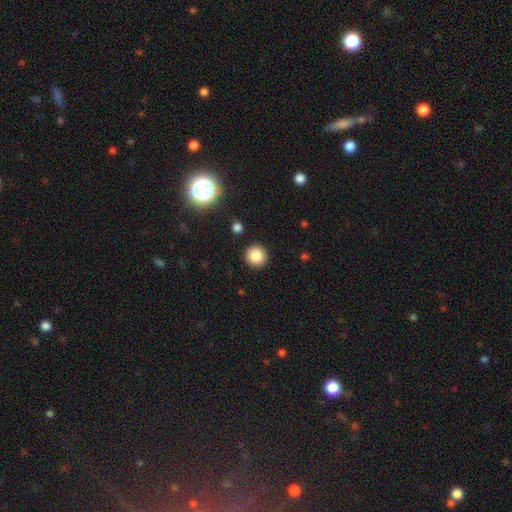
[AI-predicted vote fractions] This is clearly a smooth galaxy (84%). How rounded: clearly round (95%). Merging: clearly none (92%).